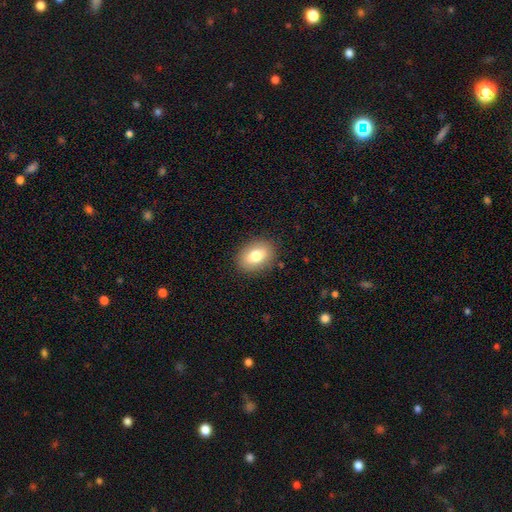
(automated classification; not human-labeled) smooth 78%, featured or disk 14%, star or artifact 9%. Down the decision tree: how rounded — in between (70%); merging — none (87%).